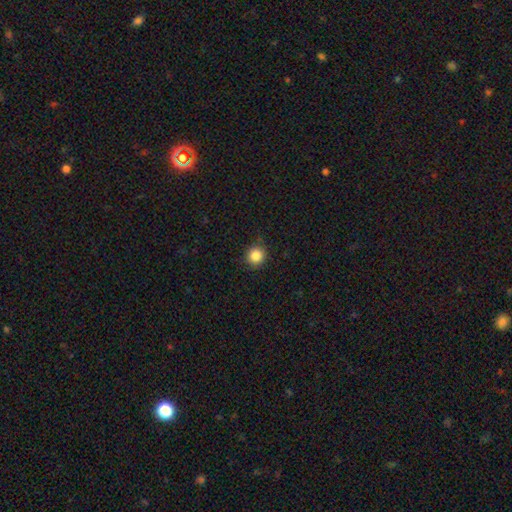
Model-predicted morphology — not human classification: A smooth galaxy with no disk features (86%) that is round (93%).

Vote fractions:
- Smooth or featured? smooth: 86% / star or artifact: 11% / featured or disk: 4%
- How rounded? round: 93% / in between: 6% / cigar-shaped: 1%
- Merging? none: 88% / minor disturbance: 9% / major disturbance: 2% / merger: 1%